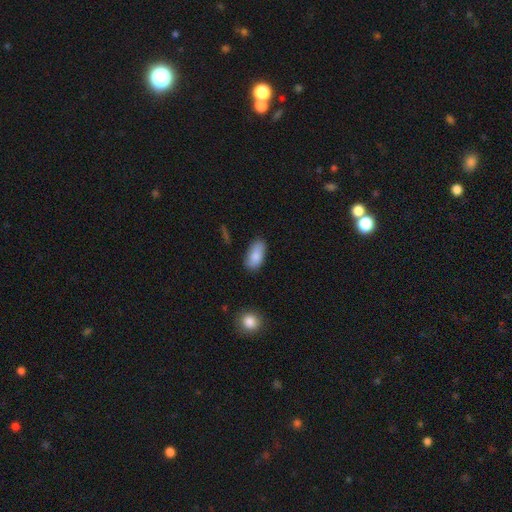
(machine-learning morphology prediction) smooth_or_featured: smooth (p=0.84) [alt: featured or disk p=0.09]
how_rounded: in between (p=0.93) [alt: cigar-shaped p=0.04]
merging: none (p=0.80) [alt: minor disturbance p=0.15]